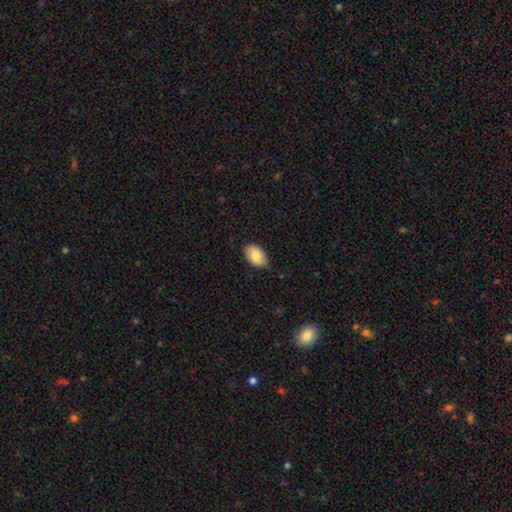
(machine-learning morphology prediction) Smooth or featured: smooth — 81% (featured or disk — 13%)
How rounded: in between — 91% (round — 7%)
Merging: none — 83% (minor disturbance — 14%)